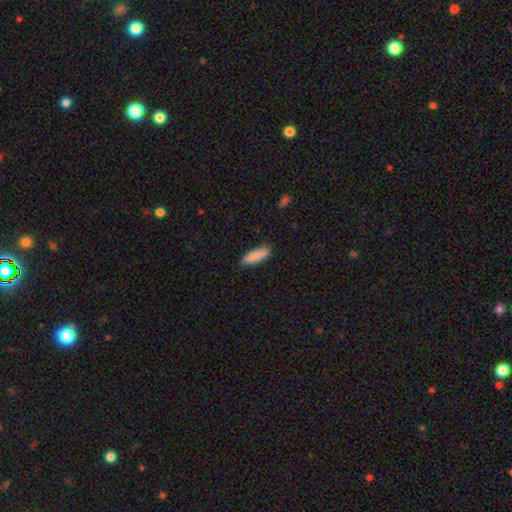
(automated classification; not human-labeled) This appears to be a smooth galaxy with no disk features (86%) that is in between round and cigar-shaped (53%). Merging: none (81%).